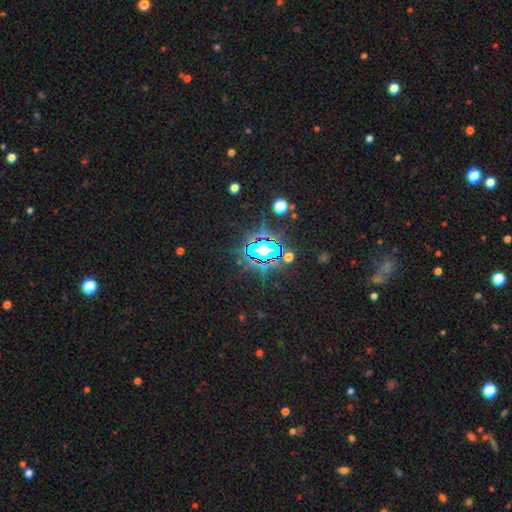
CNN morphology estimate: This is clearly a star or artifact rather than a galaxy (84%).